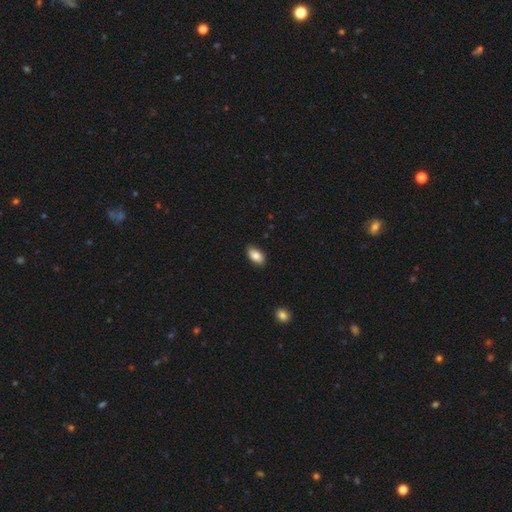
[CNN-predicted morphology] smooth-or-featured: smooth: 84% | featured or disk: 9% | star or artifact: 7%
  how-rounded: in between: 92% | cigar-shaped: 4% | round: 4%
  merging: none: 86% | minor disturbance: 11% | major disturbance: 2% | merger: 1%